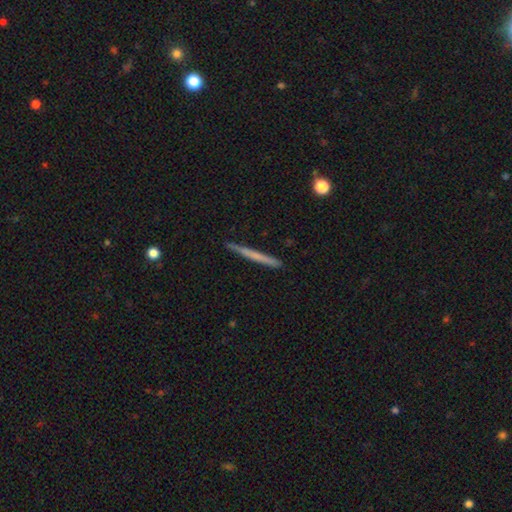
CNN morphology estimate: smooth 52%, featured or disk 43%, star or artifact 6%. Down the decision tree: how rounded — cigar-shaped (97%); merging — none (90%).